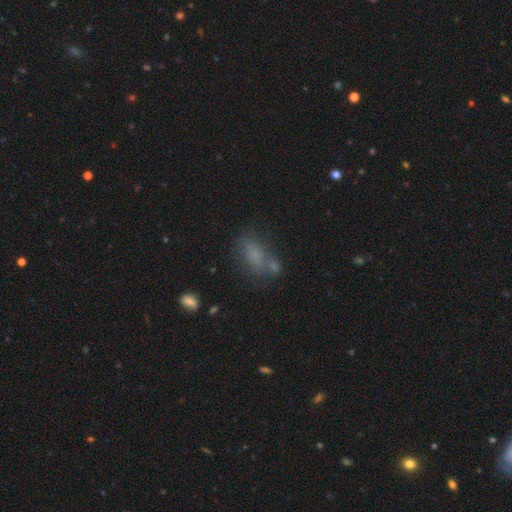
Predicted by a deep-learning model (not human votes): Smooth or featured? smooth (67%)
How rounded? in between (82%)
Merging? none (47%)